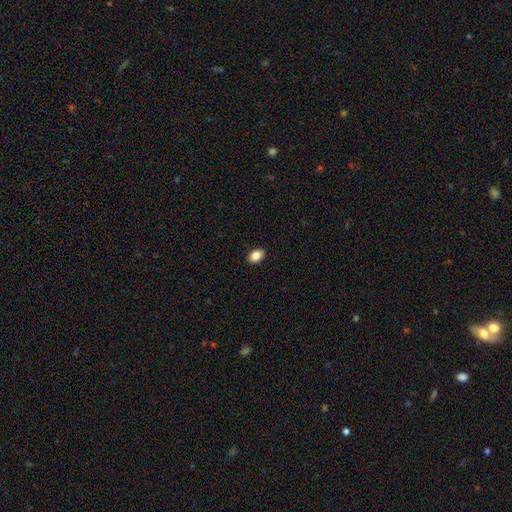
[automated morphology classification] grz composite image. It shows a smooth galaxy with no disk features (87%) that is in between round and cigar-shaped (77%). Merging: none (90%).